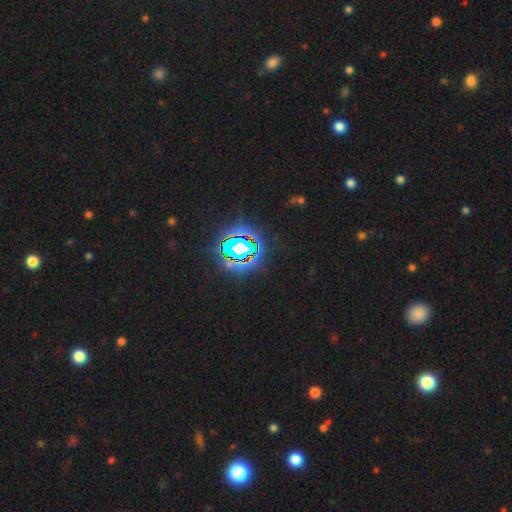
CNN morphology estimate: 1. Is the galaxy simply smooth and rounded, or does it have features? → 82% star or artifact, 11% smooth, 7% featured or disk.